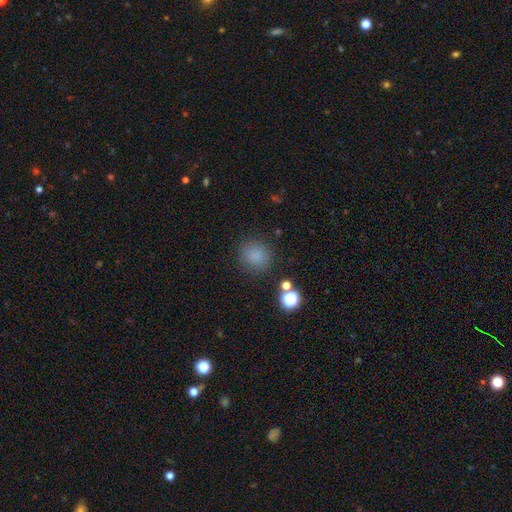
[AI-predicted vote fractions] Smooth or featured?
  - smooth: 82% *
  - star or artifact: 14%
  - featured or disk: 5%
How rounded?
  - round: 89% *
  - in between: 10%
  - cigar-shaped: 1%
Merging?
  - none: 84% *
  - minor disturbance: 9%
  - major disturbance: 4%
  - merger: 3%